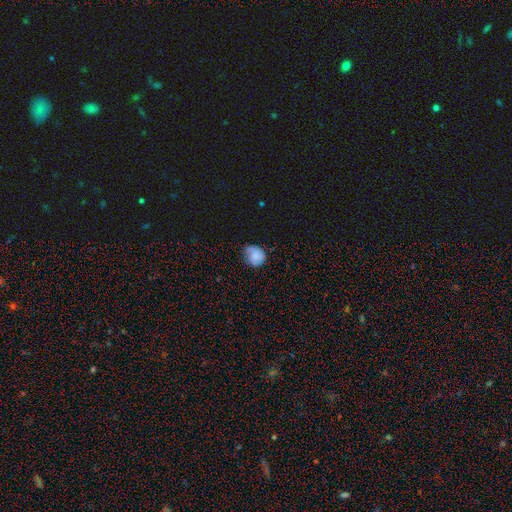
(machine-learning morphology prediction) smooth_or_featured: smooth (p=0.69) [alt: featured or disk p=0.22]
how_rounded: round (p=0.67) [alt: in between p=0.32]
merging: none (p=0.54) [alt: minor disturbance p=0.33]